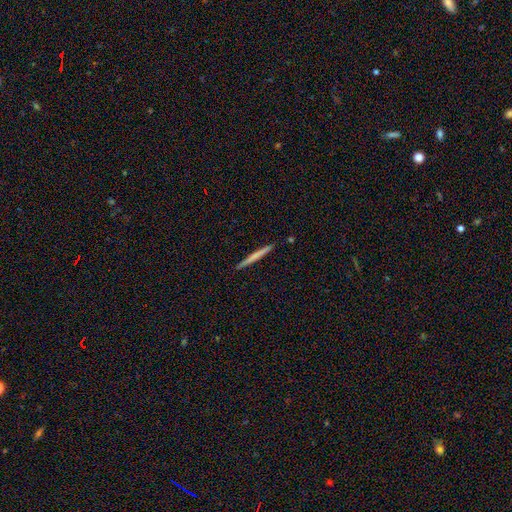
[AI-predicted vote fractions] Q: Smooth or featured?
A: smooth (58%); runner-up: featured or disk (37%)
Q: How rounded?
A: cigar-shaped (97%); runner-up: in between (2%)
Q: Merging?
A: none (92%); runner-up: minor disturbance (5%)